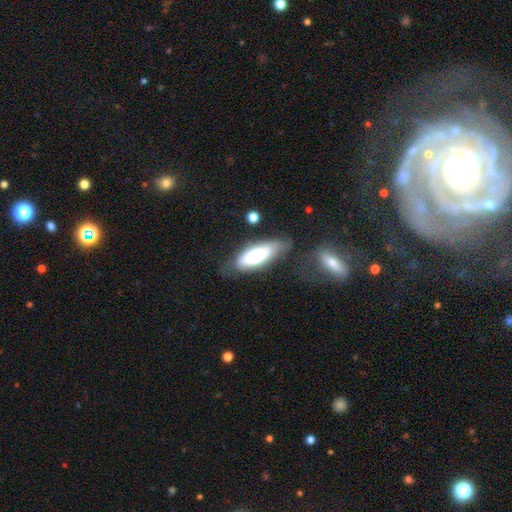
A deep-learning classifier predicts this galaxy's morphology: Q: Smooth or featured?
A: smooth (65%); runner-up: featured or disk (28%)
Q: How rounded?
A: in between (70%); runner-up: cigar-shaped (28%)
Q: Merging?
A: none (55%); runner-up: minor disturbance (27%)